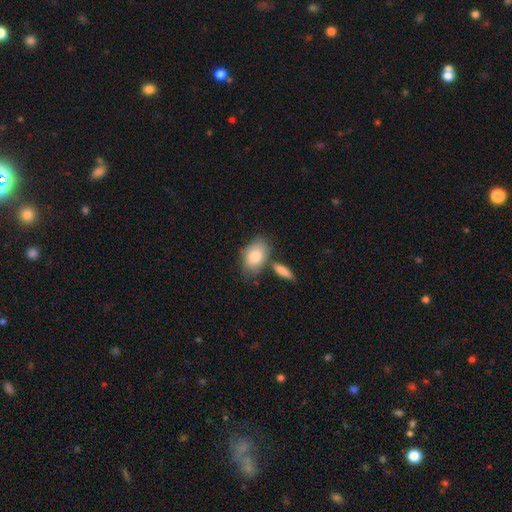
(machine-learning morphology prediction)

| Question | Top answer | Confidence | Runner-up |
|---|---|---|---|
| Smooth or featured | smooth | 80% | featured or disk (14%) |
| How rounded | in between | 83% | round (15%) |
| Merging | none | 58% | merger (19%) |